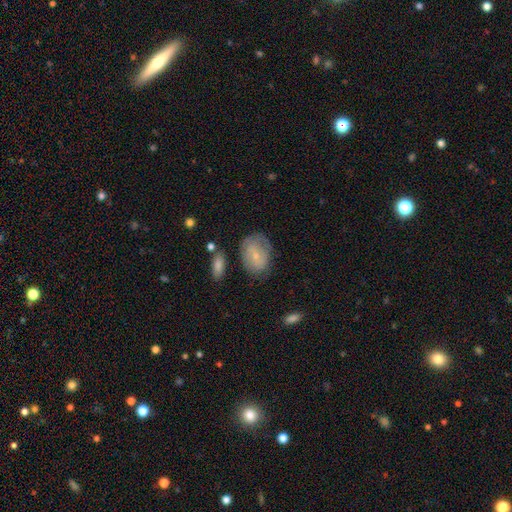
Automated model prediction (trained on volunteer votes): Morphology: type=smooth (59%); roundness=in between (71%); merging=none (59%).